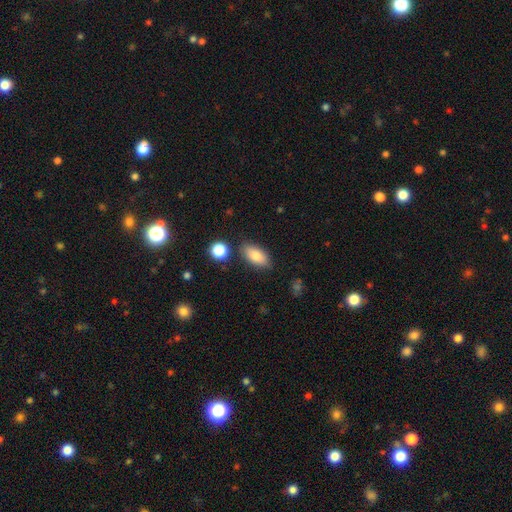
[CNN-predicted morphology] Smooth or featured: smooth — 80% (featured or disk — 12%)
How rounded: in between — 88% (cigar-shaped — 7%)
Merging: none — 80% (minor disturbance — 13%)